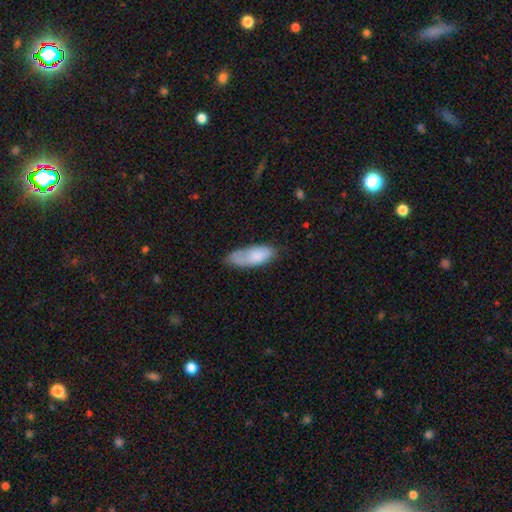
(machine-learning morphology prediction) The model was most divided on "merging": none: 50%, minor disturbance: 34%, major disturbance: 13%, merger: 4%. More confident: smooth or featured — smooth (78%); how rounded — in between (77%).